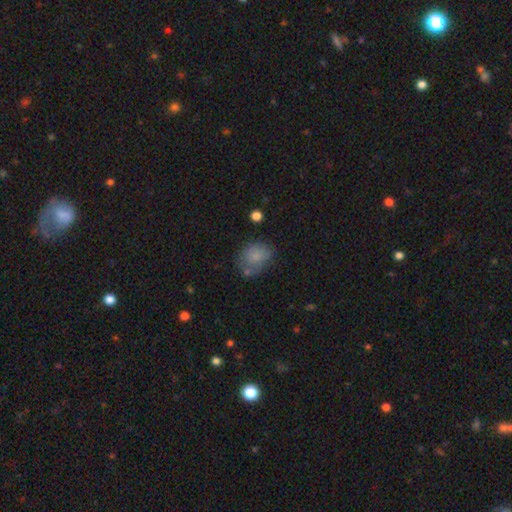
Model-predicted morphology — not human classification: smooth-or-featured: smooth: 74% | featured or disk: 16% | star or artifact: 10%
  how-rounded: in between: 53% | round: 46% | cigar-shaped: 1%
  merging: none: 47% | minor disturbance: 28% | major disturbance: 14% | merger: 10%